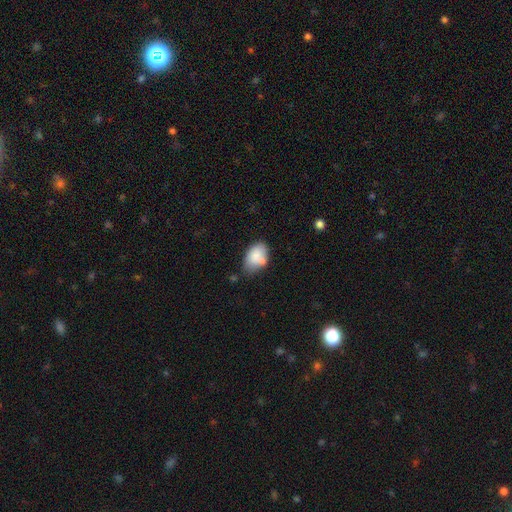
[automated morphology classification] type=smooth (80%); roundness=in between (88%); merging=none (52%).